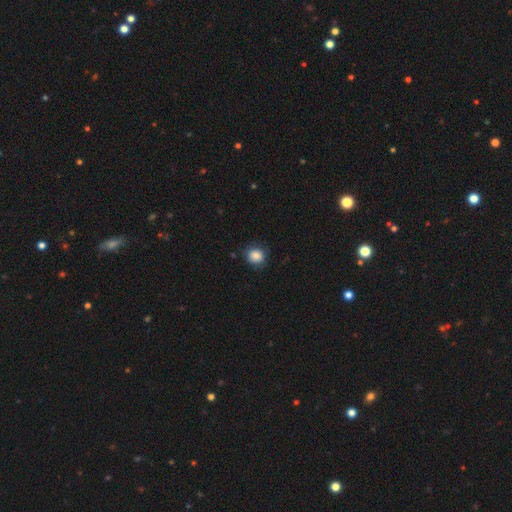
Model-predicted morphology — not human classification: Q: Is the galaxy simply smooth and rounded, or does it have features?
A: smooth — 84%.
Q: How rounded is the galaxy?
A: round — 70%.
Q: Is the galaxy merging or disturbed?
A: none — 79%.